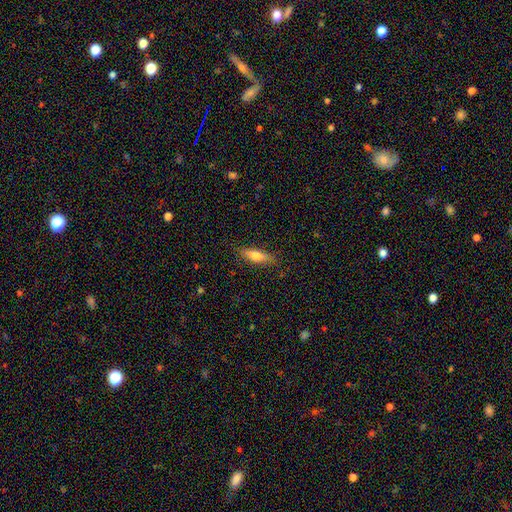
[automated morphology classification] type=smooth (73%); roundness=cigar-shaped (51%); merging=none (83%).